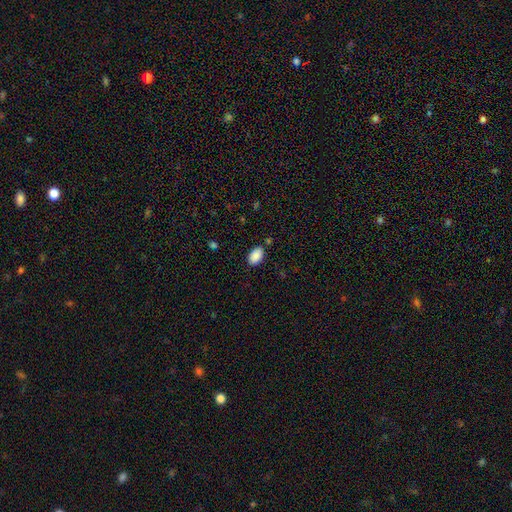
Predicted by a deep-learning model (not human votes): Smooth or featured? smooth (90%)
How rounded? in between (93%)
Merging? none (84%)